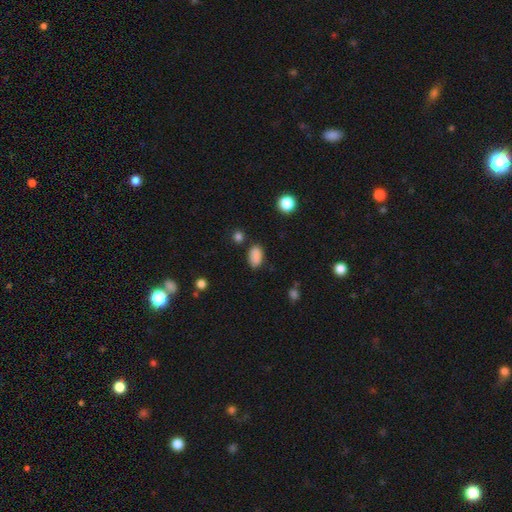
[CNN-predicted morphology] The model was most divided on "merging": none: 80%, minor disturbance: 14%, major disturbance: 3%, merger: 3%. More confident: how rounded — in between (91%); smooth or featured — smooth (87%).